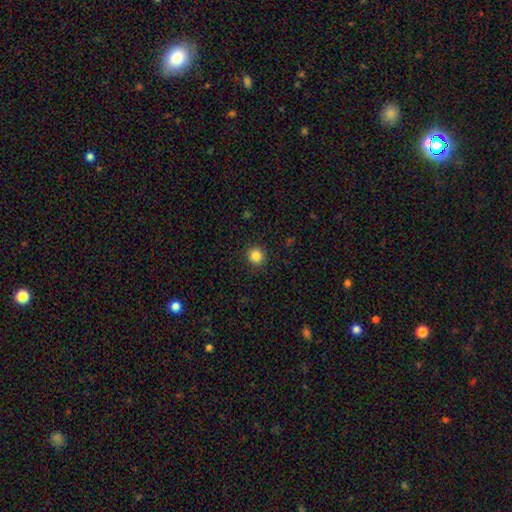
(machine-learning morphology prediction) This appears to be a smooth galaxy with no disk features (85%) that is round (90%). Merging: none (91%).